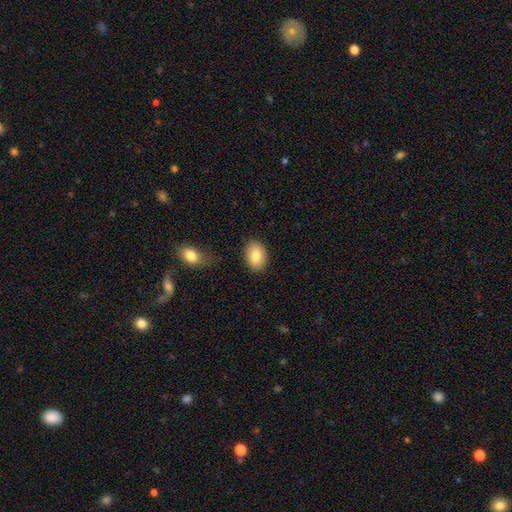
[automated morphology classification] A smooth galaxy with no disk features (82%) that is in between round and cigar-shaped (82%). Merging: none (85%).